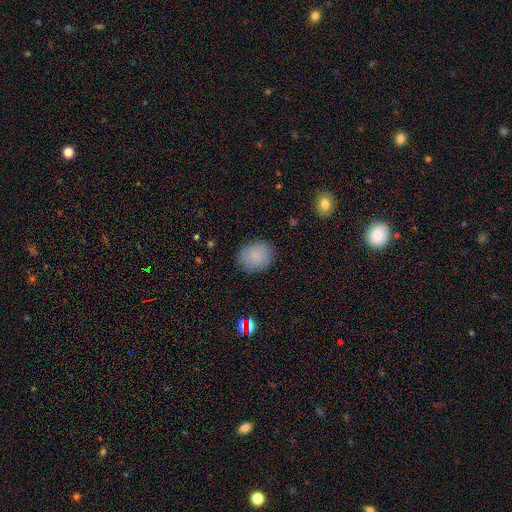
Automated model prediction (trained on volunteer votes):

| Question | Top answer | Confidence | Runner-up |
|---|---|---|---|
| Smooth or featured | smooth | 84% | star or artifact (9%) |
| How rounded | round | 63% | in between (36%) |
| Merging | none | 84% | minor disturbance (12%) |